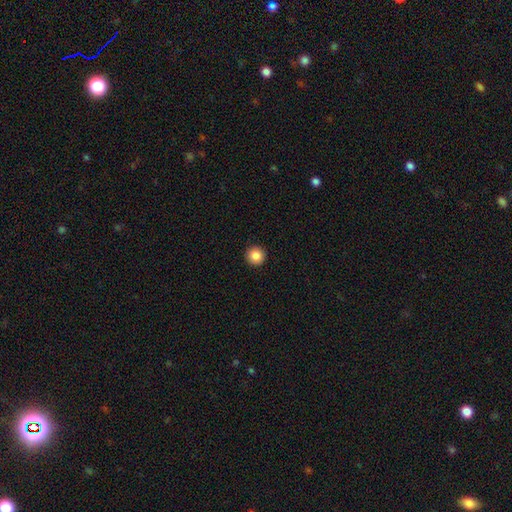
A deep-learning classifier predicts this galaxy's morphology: Overall: smooth (87%). How rounded: round (96%). Merging: none (94%).